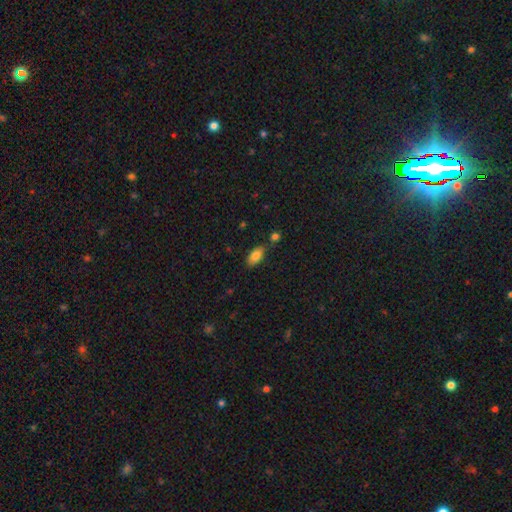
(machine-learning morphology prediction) Smooth or featured? smooth (82%)
How rounded? in between (90%)
Merging? none (70%)